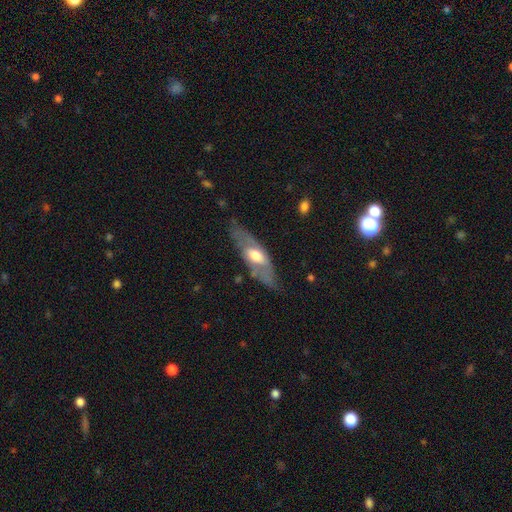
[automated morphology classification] Smooth or featured?
  - featured or disk: 59% *
  - smooth: 35%
  - star or artifact: 5%
Edge-on disk?
  - no: 59% *
  - yes: 41%
Merging?
  - none: 68% *
  - minor disturbance: 21%
  - major disturbance: 8%
  - merger: 2%